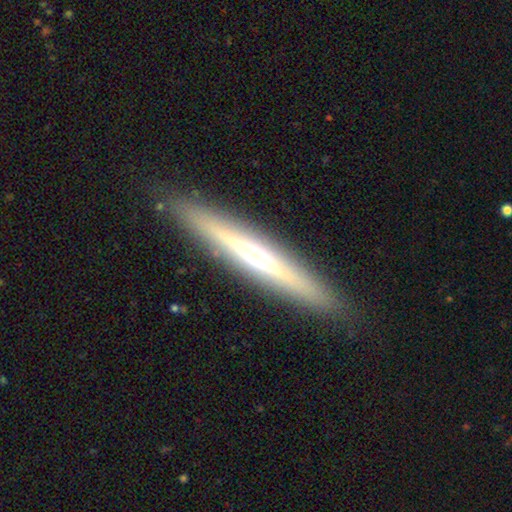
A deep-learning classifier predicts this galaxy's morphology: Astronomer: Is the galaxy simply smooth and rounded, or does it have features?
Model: featured or disk — 64%.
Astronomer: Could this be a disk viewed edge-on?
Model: yes — 94%.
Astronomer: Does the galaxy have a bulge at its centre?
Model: rounded — 50% (runner-up: none, 35%).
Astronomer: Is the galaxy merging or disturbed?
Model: none — 89%.